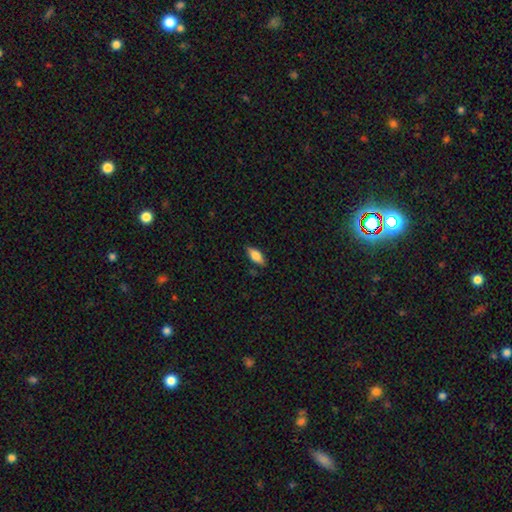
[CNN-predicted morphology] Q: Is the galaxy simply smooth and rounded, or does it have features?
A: smooth — 78%.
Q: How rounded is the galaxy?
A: in between — 82%.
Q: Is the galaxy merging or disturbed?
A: none — 84%.